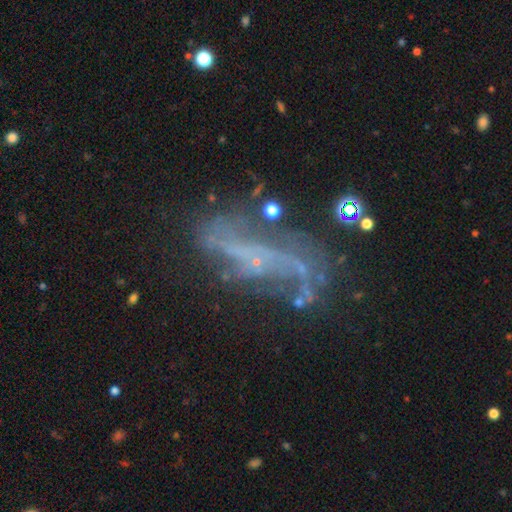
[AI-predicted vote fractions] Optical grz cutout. It shows a featured or disk galaxy (70%) with no bar (59%), spiral arms (61%) and a small central bulge (49%). Merging: none (49%).